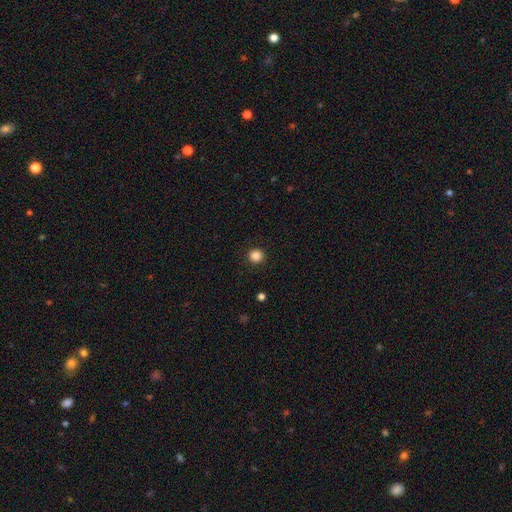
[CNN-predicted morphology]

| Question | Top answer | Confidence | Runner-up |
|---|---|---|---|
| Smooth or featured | smooth | 86% | star or artifact (11%) |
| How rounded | round | 94% | in between (5%) |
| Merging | none | 93% | minor disturbance (5%) |